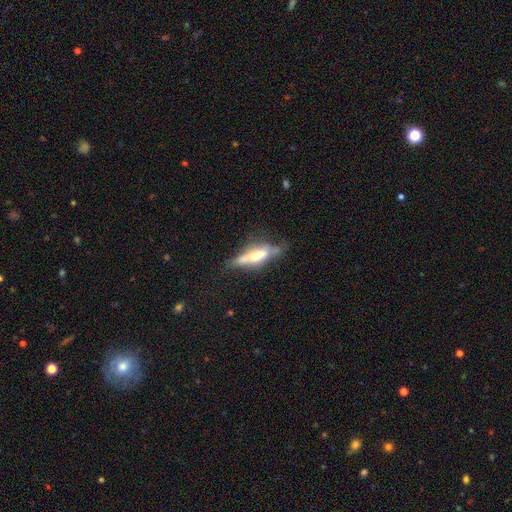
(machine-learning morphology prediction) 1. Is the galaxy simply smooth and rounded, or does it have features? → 54% featured or disk, 38% smooth, 7% star or artifact.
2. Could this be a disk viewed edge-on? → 76% yes, 24% no.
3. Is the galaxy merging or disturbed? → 54% none, 28% minor disturbance, 13% major disturbance, 5% merger.